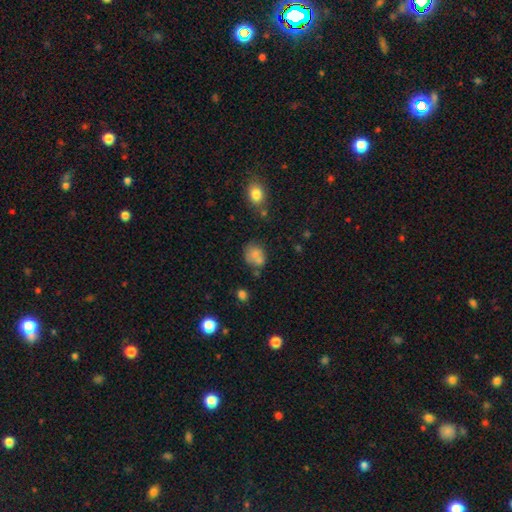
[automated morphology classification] This is likely a smooth galaxy (72%). How rounded: likely round (66%). Merging: possibly none (48%).